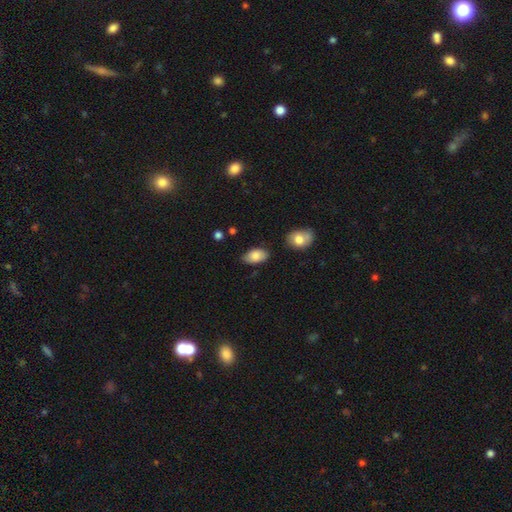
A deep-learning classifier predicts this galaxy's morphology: Smooth or featured? Predicted: smooth (p=0.84). How rounded? Predicted: in between (p=0.94). Merging? Predicted: none (p=0.77).